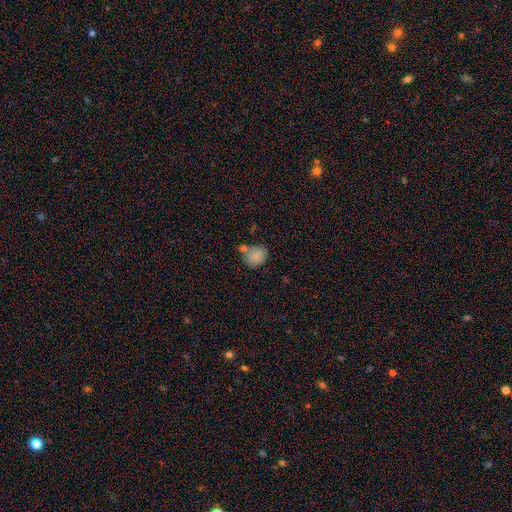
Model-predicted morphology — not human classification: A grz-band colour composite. It shows a smooth galaxy with no disk features (84%) that is round (73%). Merging: none (52%).